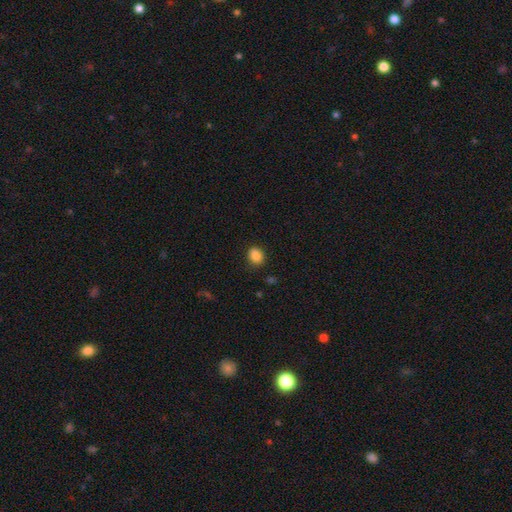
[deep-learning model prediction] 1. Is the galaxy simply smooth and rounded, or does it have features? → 86% smooth, 10% star or artifact, 4% featured or disk.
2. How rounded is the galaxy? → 51% round, 48% in between, 1% cigar-shaped.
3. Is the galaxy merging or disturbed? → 82% none, 13% minor disturbance, 3% major disturbance, 2% merger.